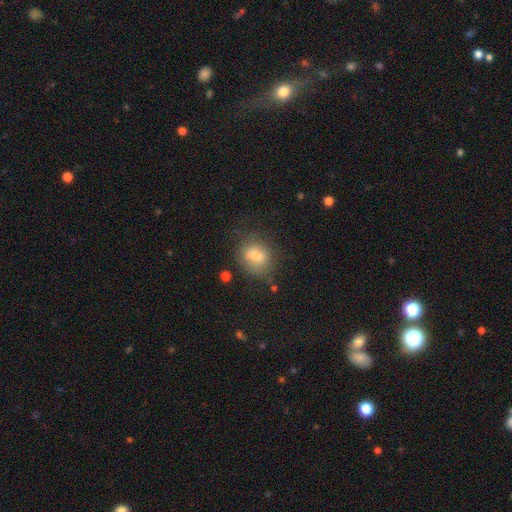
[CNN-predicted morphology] Smooth or featured? smooth (77%)
How rounded? in between (57%)
Merging? none (57%)